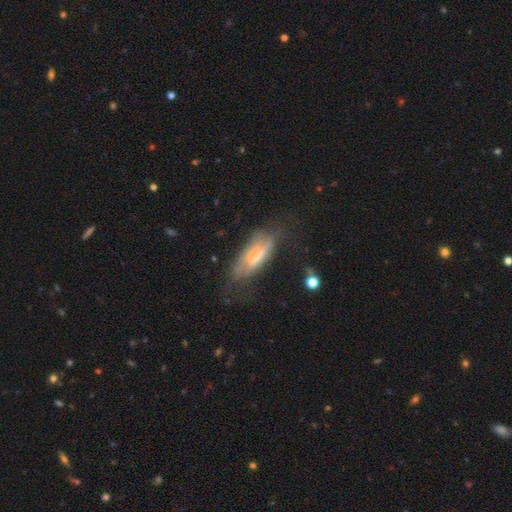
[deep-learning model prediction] Overall: featured or disk (47%; smooth 44%). Merging: none (51%; minor disturbance 29%).